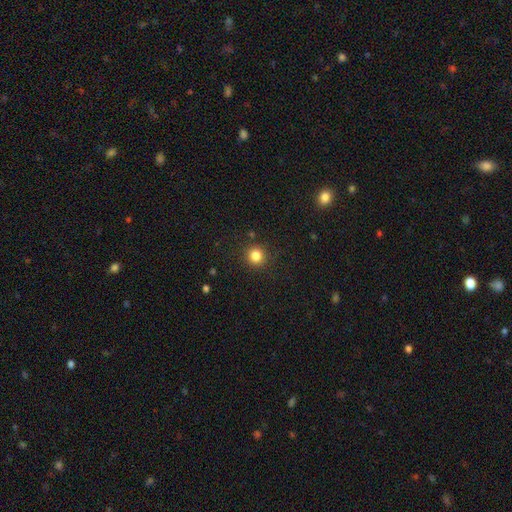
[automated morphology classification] Q: Smooth or featured?
A: smooth (83%); runner-up: star or artifact (12%)
Q: How rounded?
A: round (93%); runner-up: in between (6%)
Q: Merging?
A: none (90%); runner-up: minor disturbance (6%)